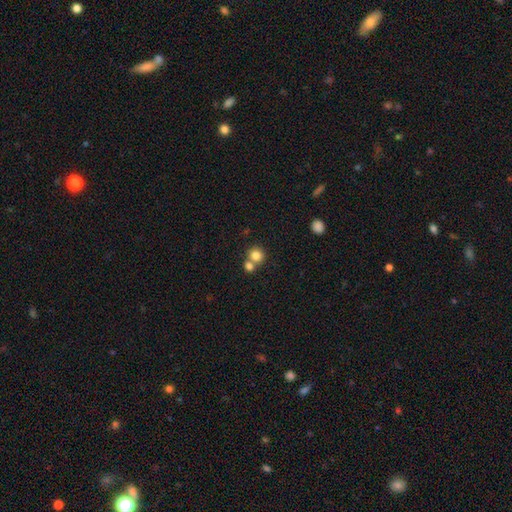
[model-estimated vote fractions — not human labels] smooth_or_featured: smooth (p=0.81) [alt: star or artifact p=0.11]
how_rounded: round (p=0.88) [alt: in between p=0.11]
merging: none (p=0.50) [alt: merger p=0.42]